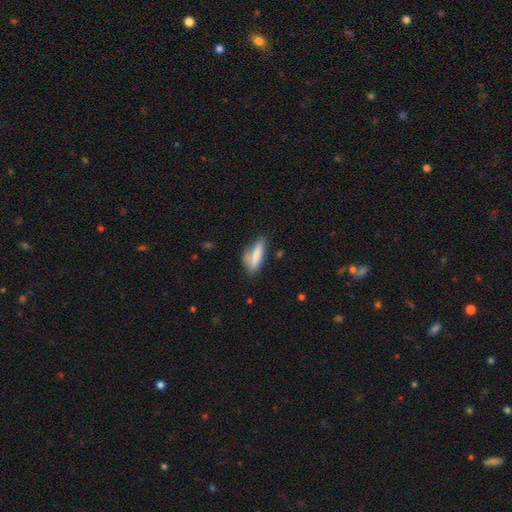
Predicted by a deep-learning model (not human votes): Smooth or featured? Predicted: smooth (p=0.75). How rounded? Predicted: cigar-shaped (p=0.49, tied with in between). Merging? Predicted: none (p=0.60).